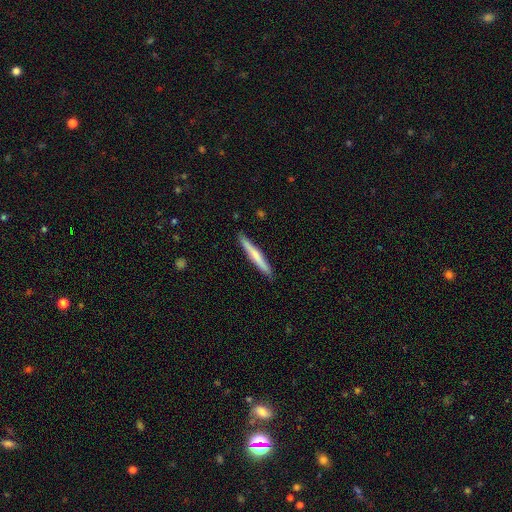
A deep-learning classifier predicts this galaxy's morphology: Overall: smooth (63%; featured or disk 32%). How rounded: cigar-shaped (96%). Merging: none (91%).